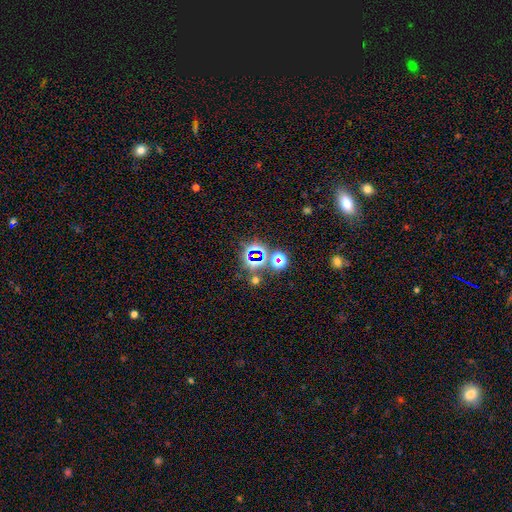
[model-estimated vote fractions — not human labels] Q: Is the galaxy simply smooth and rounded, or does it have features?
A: star or artifact — 71%.